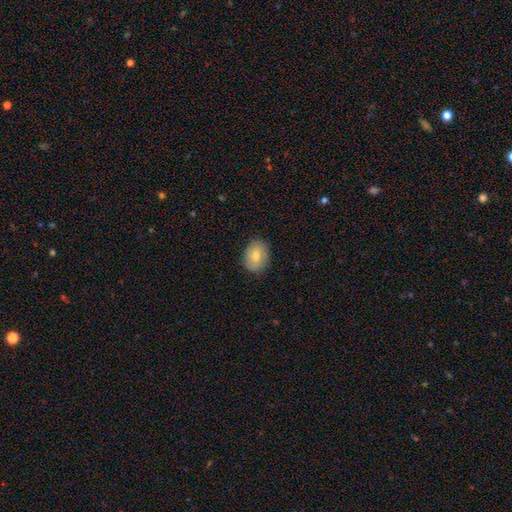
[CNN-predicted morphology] Overall: smooth (65%; featured or disk 26%). How rounded: in between (58%; round 41%). Merging: none (85%).